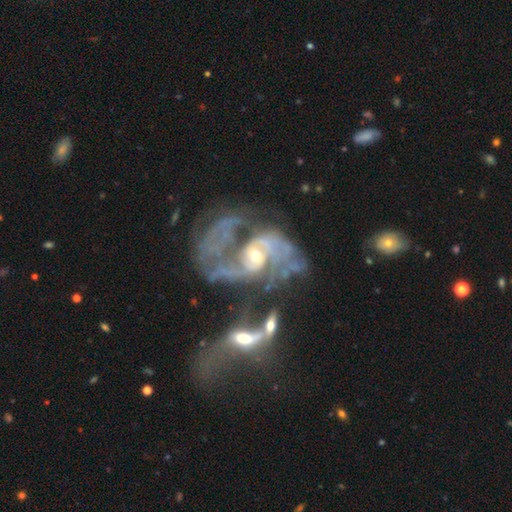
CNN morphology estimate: Smooth or featured?
  - featured or disk: 87% *
  - star or artifact: 7%
  - smooth: 5%
Edge-on disk?
  - no: 97% *
  - yes: 3%
Bar?
  - no: 57% *
  - weak: 33%
  - strong: 11%
Spiral arms?
  - yes: 91% *
  - no: 9%
Spiral winding?
  - loose: 42% * (tied)
  - medium: 42% * (tied)
  - tight: 17%
Spiral arm count?
  - 2: 63% *
  - can't tell: 16%
  - 3: 7%
  - 1: 7%
  - 4: 4%
  - more than 4: 4%
Bulge size?
  - small: 53% *
  - moderate: 40%
  - none: 3%
  - large: 3%
  - dominant: 1%
Merging?
  - merger: 51% *
  - major disturbance: 26%
  - none: 14%
  - minor disturbance: 9%